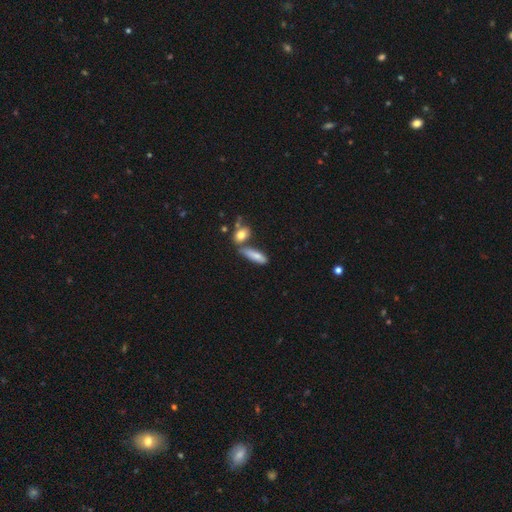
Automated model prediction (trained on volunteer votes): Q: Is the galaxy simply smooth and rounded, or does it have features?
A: smooth — 74%.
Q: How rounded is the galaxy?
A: cigar-shaped — 52%.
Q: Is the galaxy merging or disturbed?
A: none — 54%.